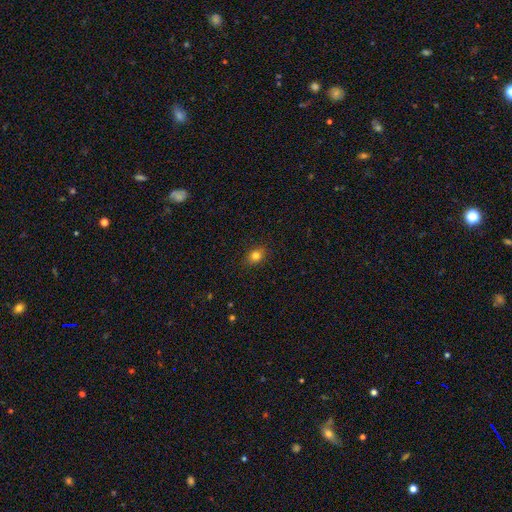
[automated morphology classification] smooth_or_featured: smooth (p=0.80) [alt: star or artifact p=0.13]
how_rounded: in between (p=0.54) [alt: round p=0.45]
merging: none (p=0.88) [alt: minor disturbance p=0.09]